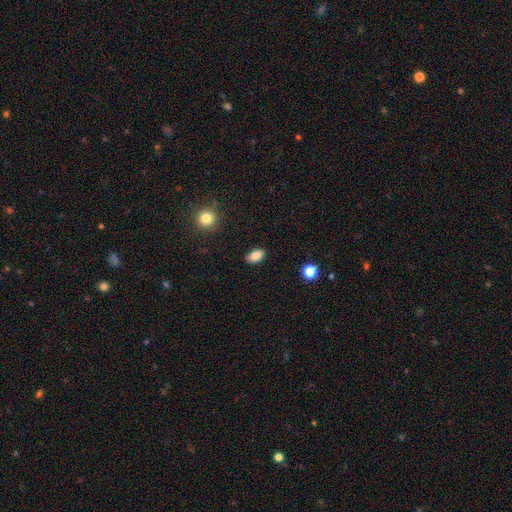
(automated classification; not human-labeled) A smooth galaxy with no disk features (86%) that is in between round and cigar-shaped (89%).

Vote fractions:
- Smooth or featured? smooth: 86% / star or artifact: 9% / featured or disk: 6%
- How rounded? in between: 89% / round: 9% / cigar-shaped: 2%
- Merging? none: 88% / minor disturbance: 8% / major disturbance: 2% / merger: 1%